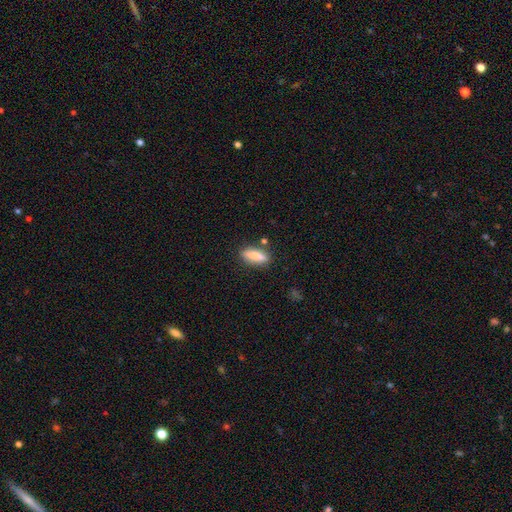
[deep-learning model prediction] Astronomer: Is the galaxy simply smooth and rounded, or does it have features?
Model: smooth — 78%.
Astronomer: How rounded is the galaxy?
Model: cigar-shaped — 50% (runner-up: in between, 47%).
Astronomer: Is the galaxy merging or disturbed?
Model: none — 80%.